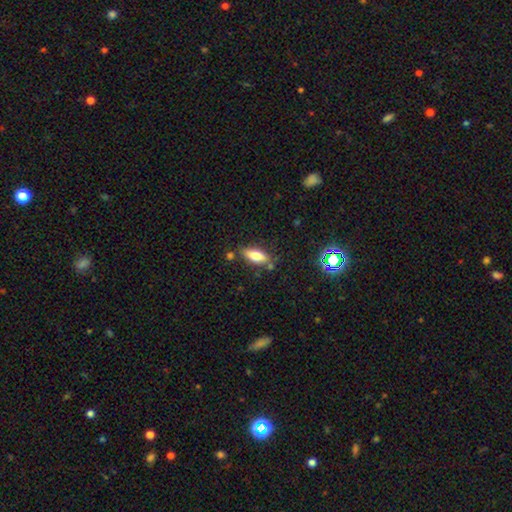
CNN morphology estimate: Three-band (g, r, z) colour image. It shows a smooth galaxy with no disk features (76%) that is in between round and cigar-shaped (75%). Merging: none (74%).